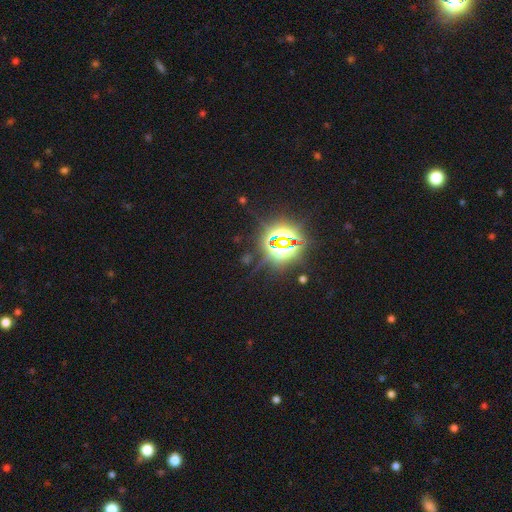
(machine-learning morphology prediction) This appears to be a star or artifact, not a galaxy (84%).